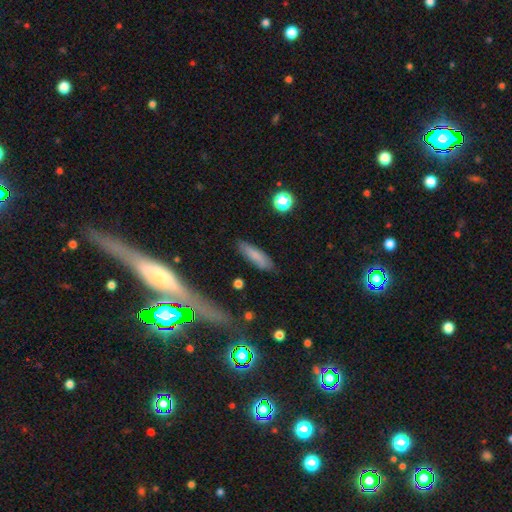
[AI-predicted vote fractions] Smooth or featured? Predicted: smooth (p=0.75). How rounded? Predicted: cigar-shaped (p=0.60). Merging? Predicted: none (p=0.82).